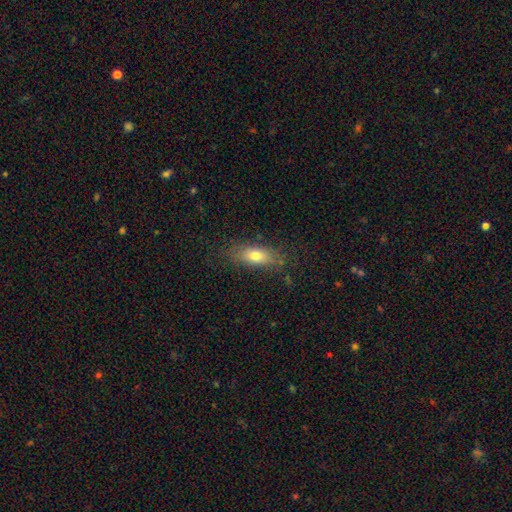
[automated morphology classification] A smooth galaxy with no disk features (73%) that is in between round and cigar-shaped (75%).

Vote fractions:
- Smooth or featured? smooth: 73% / featured or disk: 18% / star or artifact: 9%
- How rounded? in between: 75% / cigar-shaped: 20% / round: 5%
- Merging? none: 78% / minor disturbance: 15% / major disturbance: 5% / merger: 2%